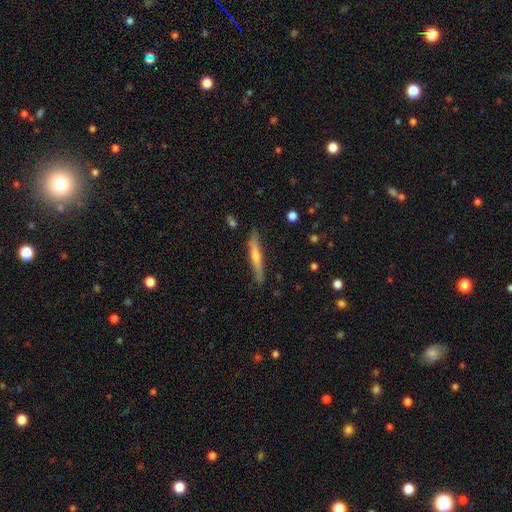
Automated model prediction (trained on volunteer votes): featured or disk 51%, smooth 43%, star or artifact 6%. Down the decision tree: edge-on disk — yes (94%); merging — none (86%).